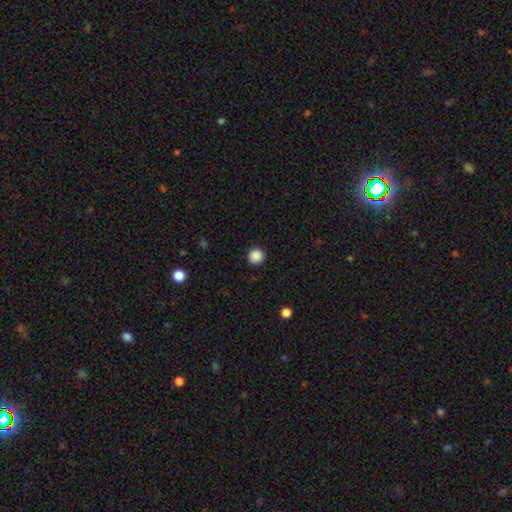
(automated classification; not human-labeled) smooth-or-featured: smooth: 88% | star or artifact: 10% | featured or disk: 2%
  how-rounded: round: 94% | in between: 5% | cigar-shaped: 1%
  merging: none: 92% | minor disturbance: 5% | major disturbance: 2% | merger: 1%